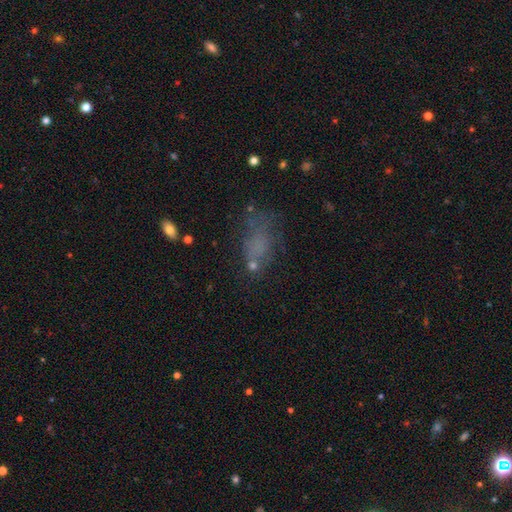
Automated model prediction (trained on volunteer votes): Morphology: type=smooth (56%); roundness=in between (79%); merging=none (47%).